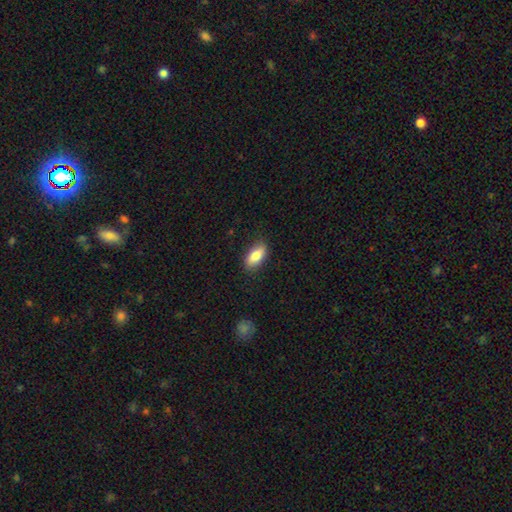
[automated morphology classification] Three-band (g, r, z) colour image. It shows a smooth galaxy with no disk features (80%) that is in between round and cigar-shaped (86%). Merging: none (83%).